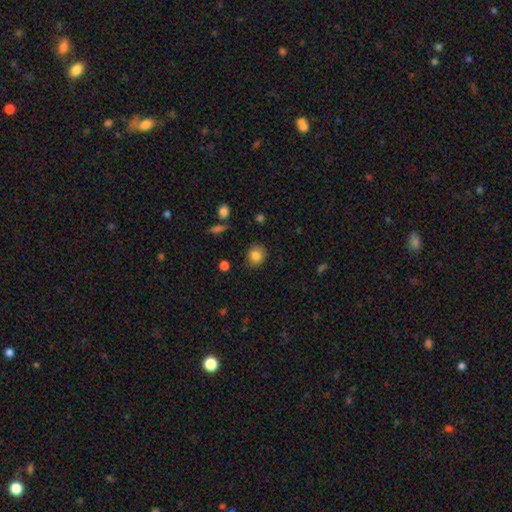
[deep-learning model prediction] Smooth or featured? smooth (83%)
How rounded? round (76%)
Merging? none (83%)